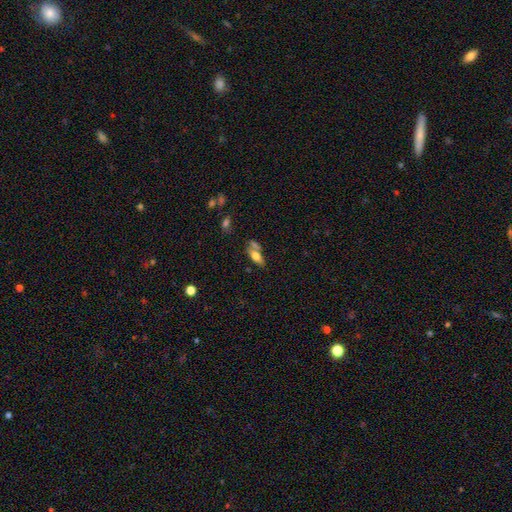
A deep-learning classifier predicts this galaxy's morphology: This is likely a smooth galaxy (64%). How rounded: likely in between (74%). Merging: possibly none (49%).